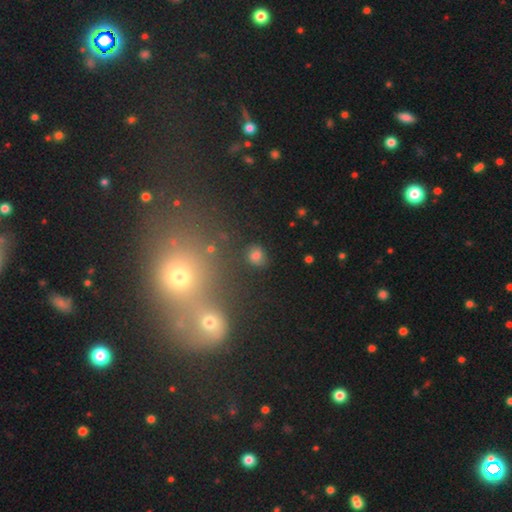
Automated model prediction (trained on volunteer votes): Smooth or featured? Predicted: smooth (p=0.71). How rounded? Predicted: round (p=0.67). Merging? Predicted: none (p=0.77).